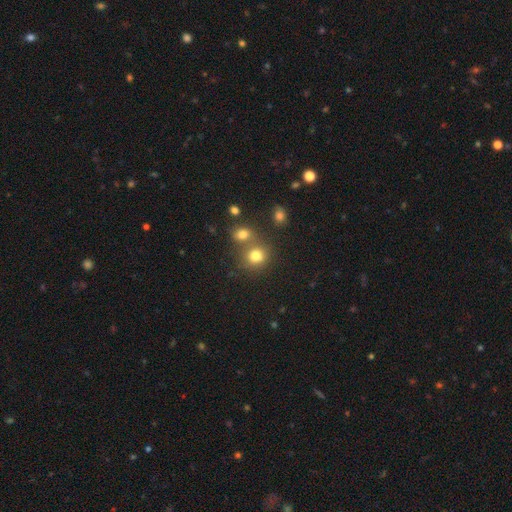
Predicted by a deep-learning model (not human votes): The model was most divided on "merging": none: 56%, merger: 30%, minor disturbance: 9%, major disturbance: 4%. More confident: how rounded — round (78%); smooth or featured — smooth (77%).